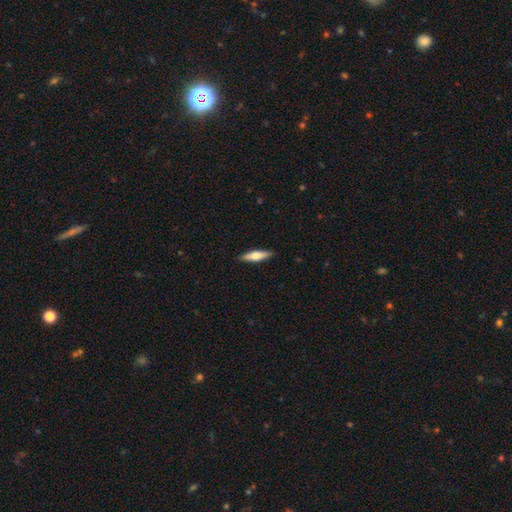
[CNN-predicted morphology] Smooth or featured: smooth — 59% (featured or disk — 35%)
How rounded: cigar-shaped — 69% (in between — 29%)
Merging: none — 90% (minor disturbance — 8%)